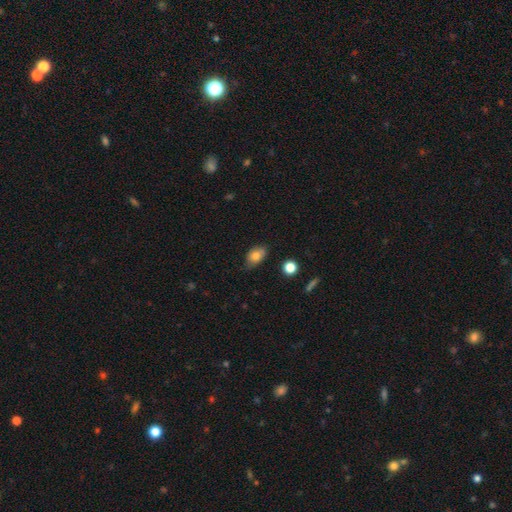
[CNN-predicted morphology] A smooth galaxy with no disk features (78%) that is in between round and cigar-shaped (84%). Merging: none (68%).